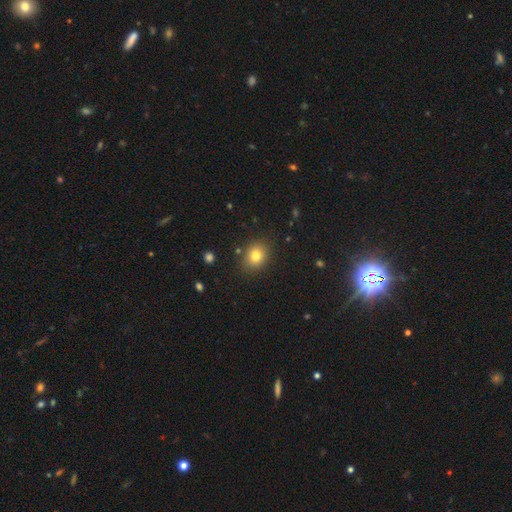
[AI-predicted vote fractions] Q: Smooth or featured?
A: smooth (79%); runner-up: star or artifact (12%)
Q: How rounded?
A: round (59%); runner-up: in between (40%)
Q: Merging?
A: none (85%); runner-up: minor disturbance (10%)